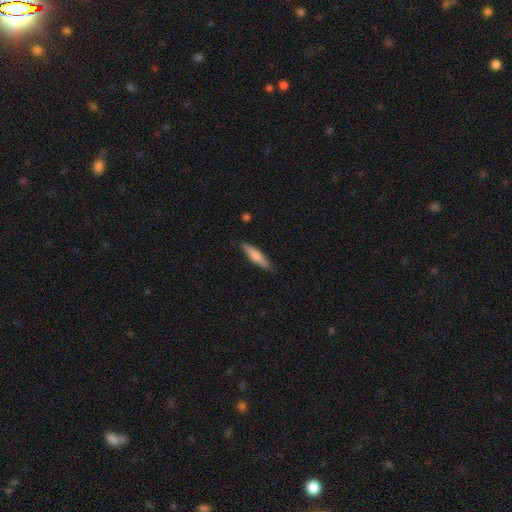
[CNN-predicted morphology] smooth-or-featured: smooth: 70% | featured or disk: 24% | star or artifact: 5%
  how-rounded: cigar-shaped: 83% | in between: 15% | round: 1%
  merging: none: 86% | minor disturbance: 11% | major disturbance: 2% | merger: 1%